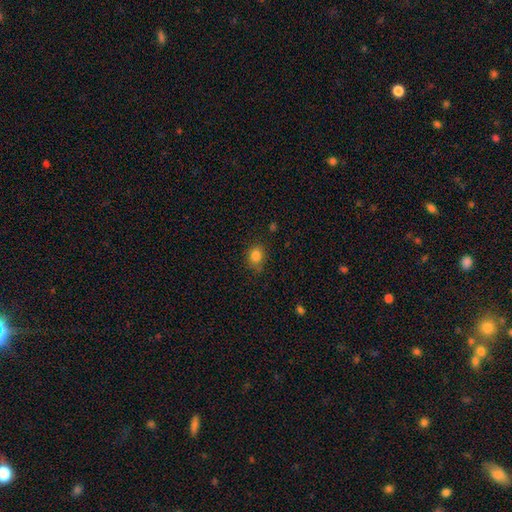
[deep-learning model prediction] Q: Smooth or featured?
A: smooth (83%); runner-up: star or artifact (11%)
Q: How rounded?
A: round (61%); runner-up: in between (38%)
Q: Merging?
A: none (78%); runner-up: minor disturbance (16%)